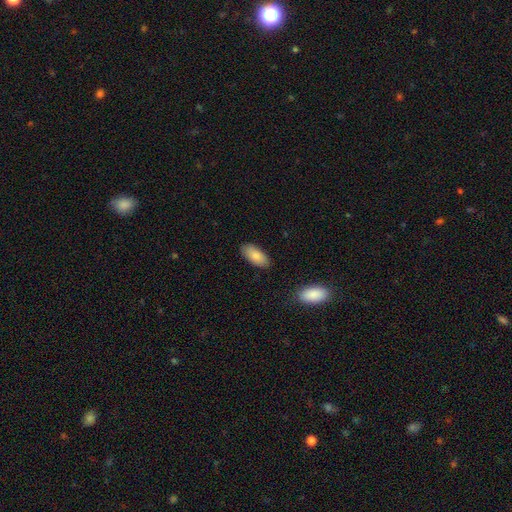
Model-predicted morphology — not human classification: A smooth galaxy with no disk features (86%) that is in between round and cigar-shaped (89%). Merging: none (86%).